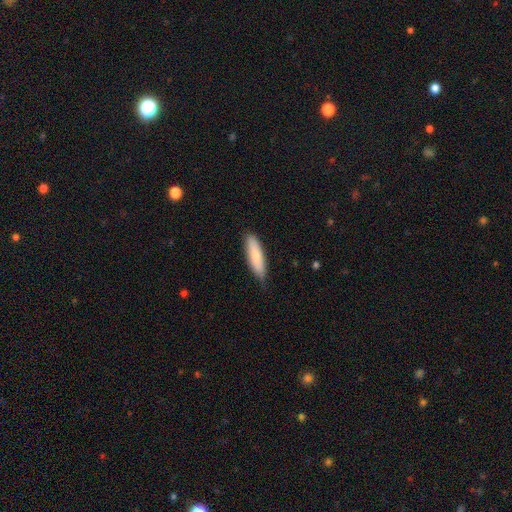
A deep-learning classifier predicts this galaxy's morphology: Smooth or featured: smooth — 79% (featured or disk — 15%)
How rounded: cigar-shaped — 61% (in between — 37%)
Merging: none — 78% (minor disturbance — 19%)